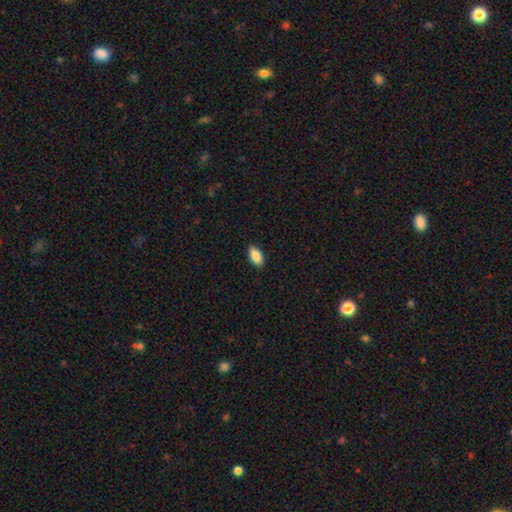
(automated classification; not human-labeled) The model was most divided on "merging": none: 86%, minor disturbance: 11%, major disturbance: 2%, merger: 1%. More confident: how rounded — in between (91%); smooth or featured — smooth (87%).